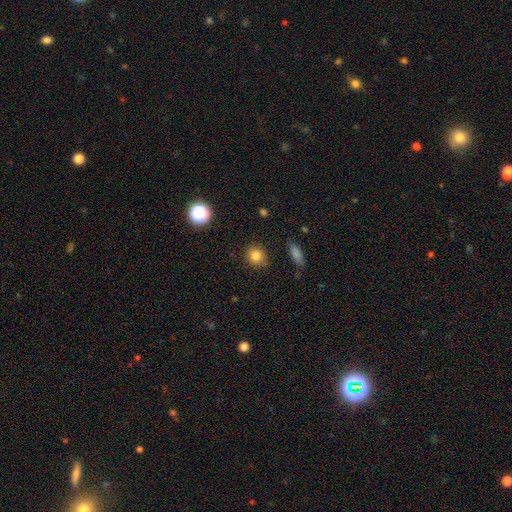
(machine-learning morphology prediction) Q: Smooth or featured?
A: smooth (81%); runner-up: star or artifact (12%)
Q: How rounded?
A: round (85%); runner-up: in between (13%)
Q: Merging?
A: none (84%); runner-up: minor disturbance (11%)